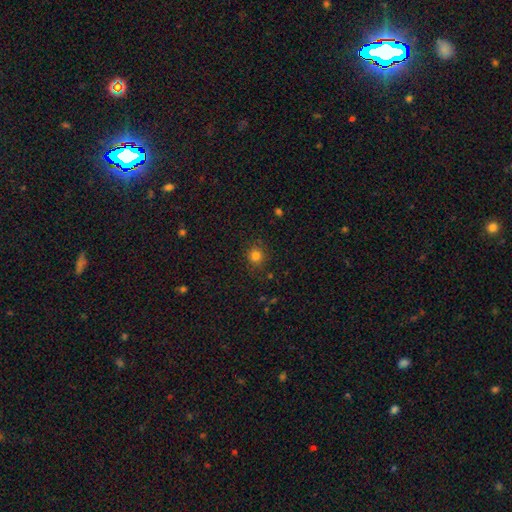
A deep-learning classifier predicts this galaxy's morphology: This is clearly a smooth galaxy (82%). How rounded: clearly round (89%). Merging: clearly none (87%).